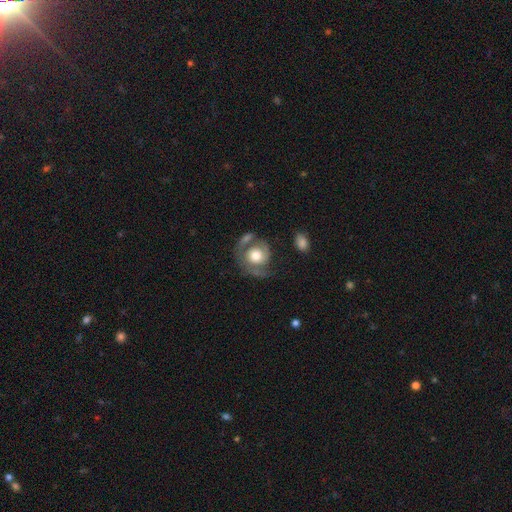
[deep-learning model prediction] featured or disk 54%, smooth 40%, star or artifact 6%. Down the decision tree: edge-on disk — no (97%); bar — no (84%); spiral arms — yes (69%); bulge size — moderate (50%); merging — none (41%).